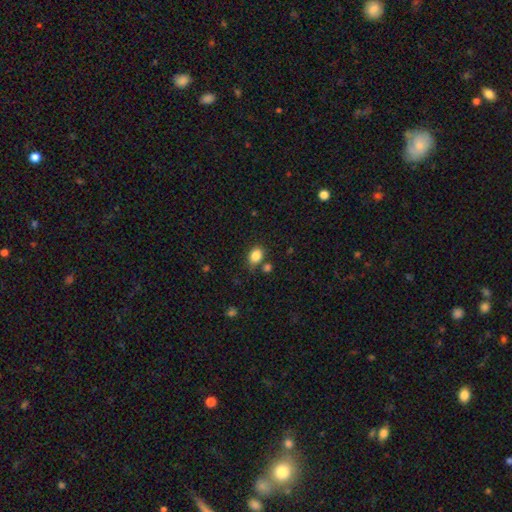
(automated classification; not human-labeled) This is clearly a smooth galaxy (85%). How rounded: likely in between (68%). Merging: likely none (70%).